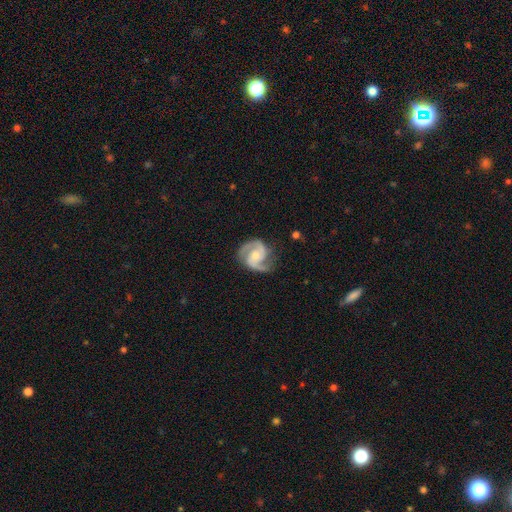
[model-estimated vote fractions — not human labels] Morphology: type=featured or disk (91%); edge-on=no (98%); bar=no (57%); spiral arms=yes (98%); winding=medium (57%); arm count=2 (91%); bulge=moderate (53%); merging=none (77%).